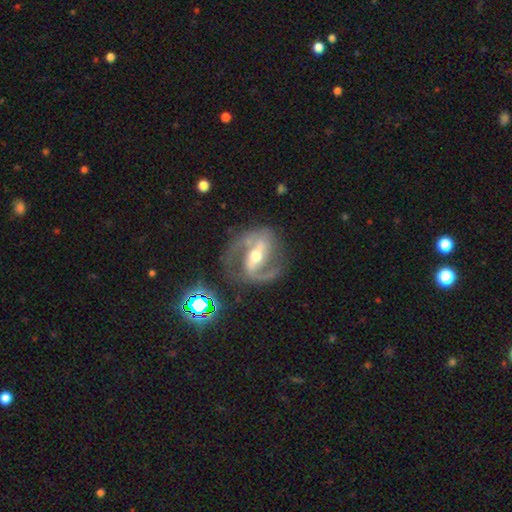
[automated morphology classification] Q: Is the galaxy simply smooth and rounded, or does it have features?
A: featured or disk — 89%.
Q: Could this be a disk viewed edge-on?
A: no — 97%.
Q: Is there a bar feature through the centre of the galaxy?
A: strong — 59%.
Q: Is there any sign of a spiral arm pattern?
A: yes — 96%.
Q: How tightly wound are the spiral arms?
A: medium — 59%.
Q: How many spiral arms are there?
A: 2 — 92%.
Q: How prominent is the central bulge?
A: moderate — 70%.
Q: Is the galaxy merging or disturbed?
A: none — 76%.